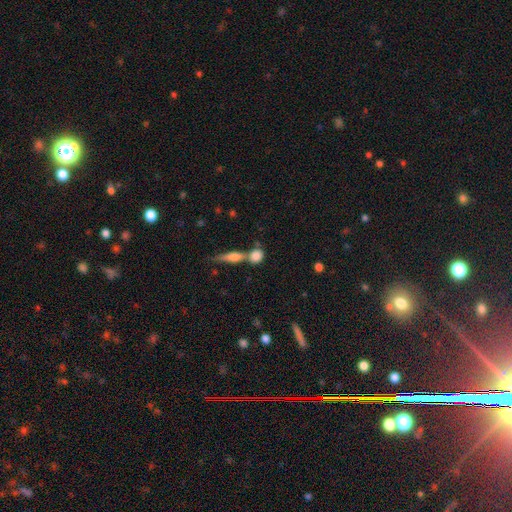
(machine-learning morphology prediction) Overall: smooth (80%). How rounded: round (61%; in between 29%). Merging: merger (44%; none 43%).